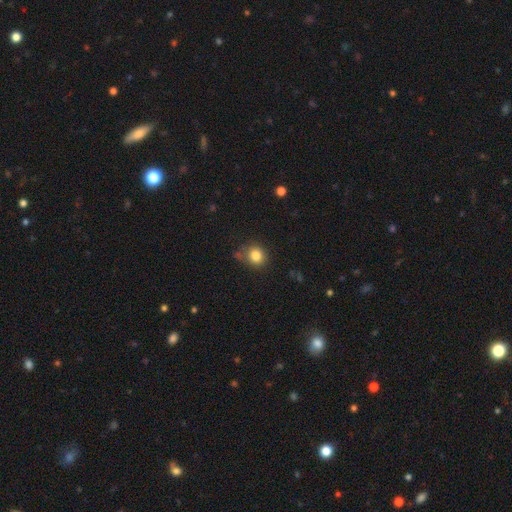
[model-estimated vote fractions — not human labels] Q: Smooth or featured?
A: smooth (83%); runner-up: star or artifact (11%)
Q: How rounded?
A: round (82%); runner-up: in between (17%)
Q: Merging?
A: none (70%); runner-up: minor disturbance (19%)